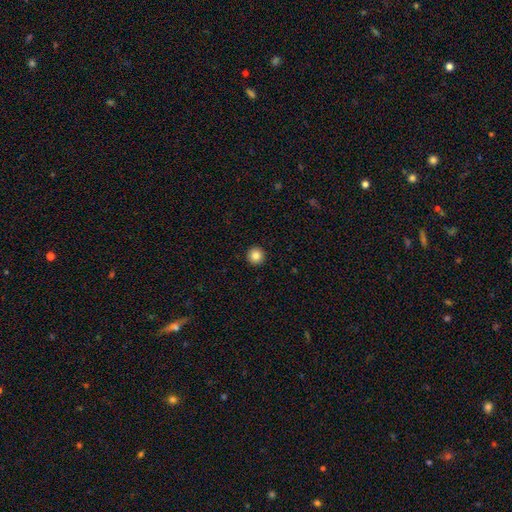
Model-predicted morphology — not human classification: smooth-or-featured: smooth: 85% | star or artifact: 10% | featured or disk: 5%
  how-rounded: round: 96% | in between: 3% | cigar-shaped: 1%
  merging: none: 94% | minor disturbance: 4% | major disturbance: 1% | merger: 1%